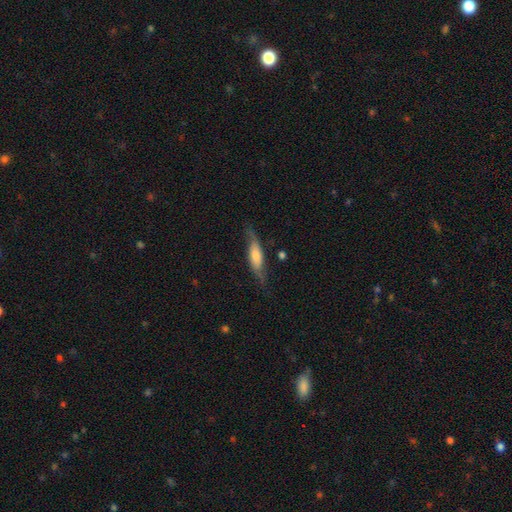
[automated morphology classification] Smooth or featured? featured or disk (56%)
Edge-on disk? yes (57%)
Merging? none (69%)